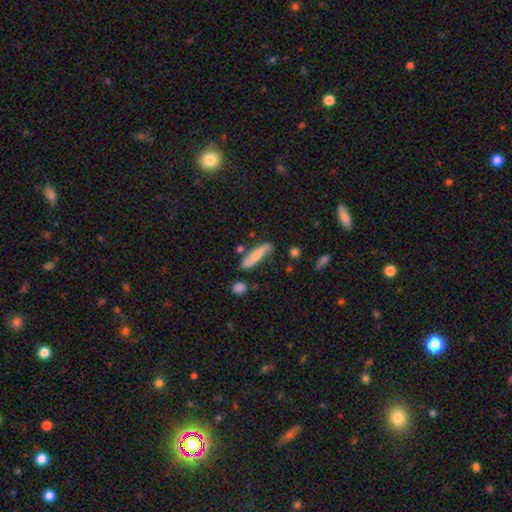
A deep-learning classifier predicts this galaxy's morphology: Smooth or featured? Predicted: smooth (p=0.58). How rounded? Predicted: cigar-shaped (p=0.66). Merging? Predicted: none (p=0.67).